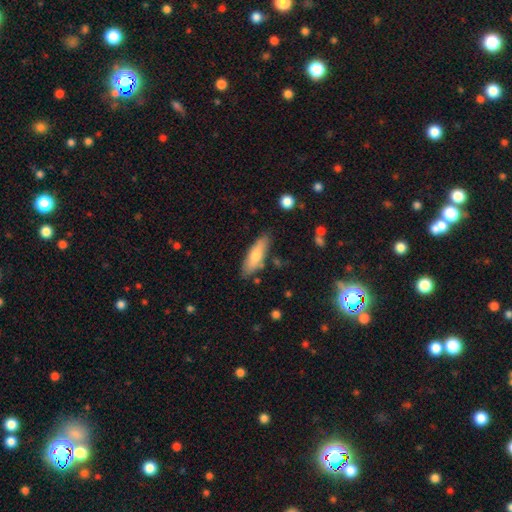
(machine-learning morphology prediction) This is likely a smooth galaxy (67%). How rounded: possibly cigar-shaped (54%). Merging: clearly none (82%).